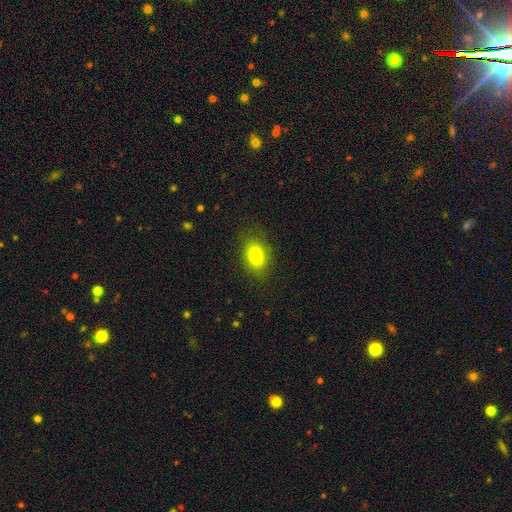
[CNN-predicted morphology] A smooth galaxy with no disk features (82%) that is in between round and cigar-shaped (78%). Merging: none (82%).